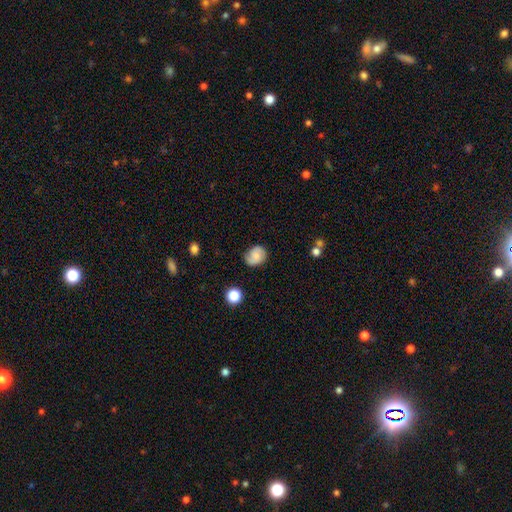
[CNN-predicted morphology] Smooth or featured: smooth — 62% (featured or disk — 28%)
How rounded: round — 58% (in between — 41%)
Merging: none — 75% (minor disturbance — 19%)